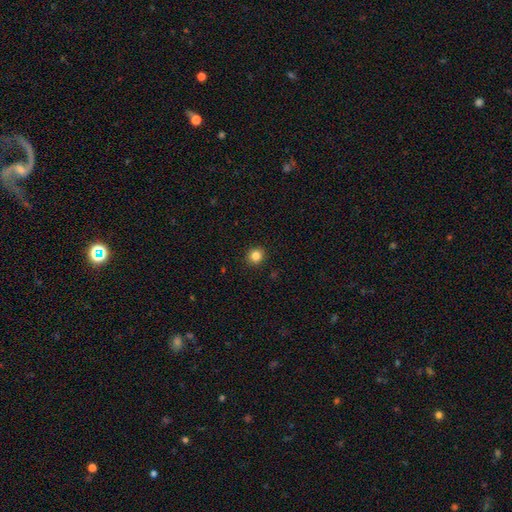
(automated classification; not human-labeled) This is clearly a smooth galaxy (84%). How rounded: clearly round (88%). Merging: clearly none (92%).